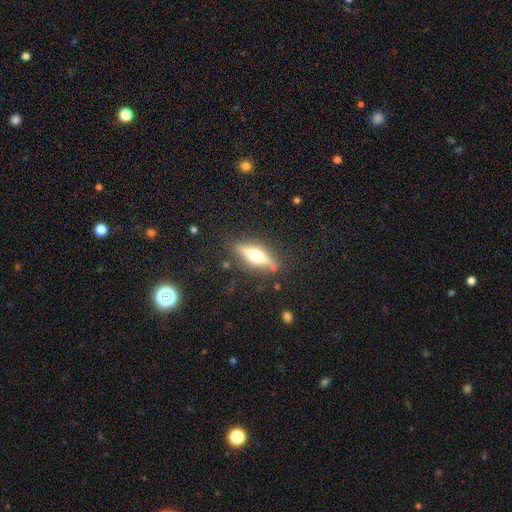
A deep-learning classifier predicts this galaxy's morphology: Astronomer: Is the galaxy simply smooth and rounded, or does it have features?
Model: featured or disk — 61%.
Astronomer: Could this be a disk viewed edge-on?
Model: yes — 92%.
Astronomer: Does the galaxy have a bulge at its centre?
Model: rounded — 95%.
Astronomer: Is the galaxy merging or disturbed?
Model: none — 84%.